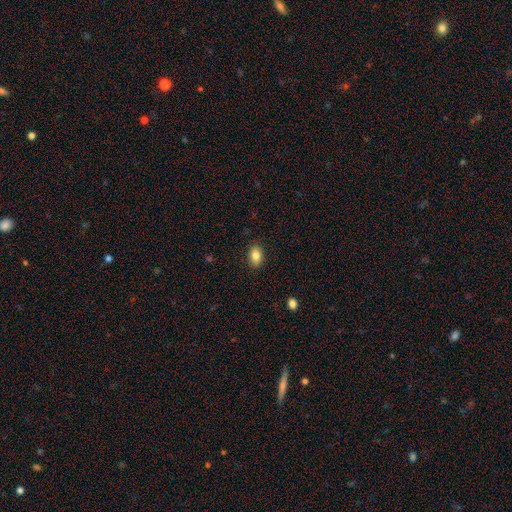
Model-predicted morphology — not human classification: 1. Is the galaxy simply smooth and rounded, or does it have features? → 84% smooth, 8% featured or disk, 8% star or artifact.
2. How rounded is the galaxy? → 86% in between, 12% round, 2% cigar-shaped.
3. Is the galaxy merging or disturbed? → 88% none, 9% minor disturbance, 2% major disturbance, 1% merger.